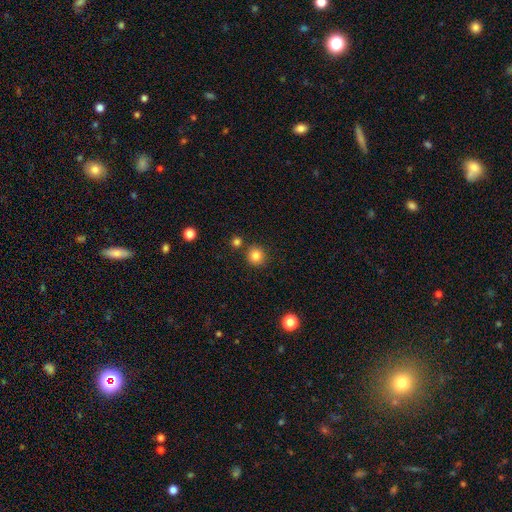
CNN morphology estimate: smooth_or_featured: smooth (p=0.83) [alt: star or artifact p=0.12]
how_rounded: round (p=0.91) [alt: in between p=0.08]
merging: none (p=0.84) [alt: minor disturbance p=0.07]